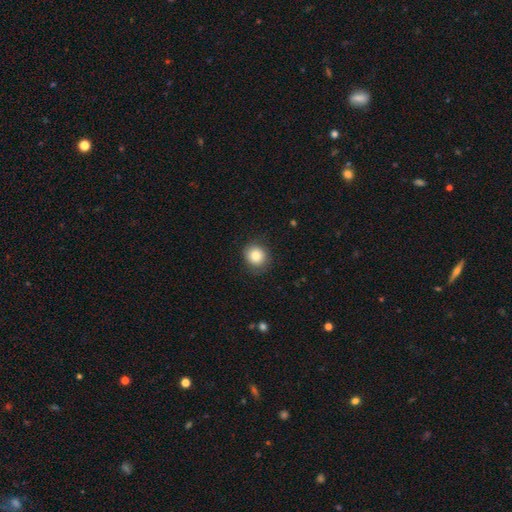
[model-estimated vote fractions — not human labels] A smooth galaxy with no disk features (83%) that is round (83%).

Vote fractions:
- Smooth or featured? smooth: 83% / star or artifact: 9% / featured or disk: 8%
- How rounded? round: 83% / in between: 16% / cigar-shaped: 1%
- Merging? none: 82% / minor disturbance: 13% / major disturbance: 4% / merger: 1%